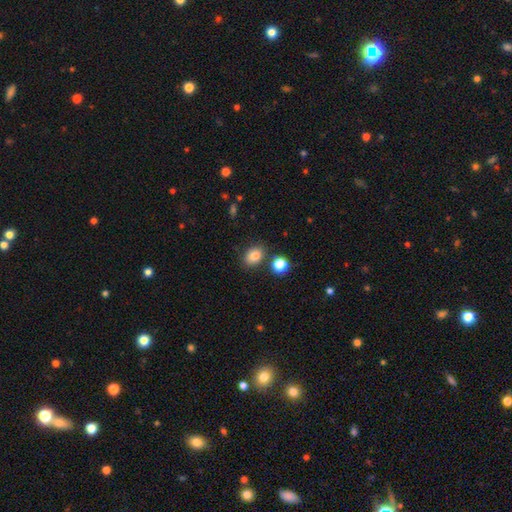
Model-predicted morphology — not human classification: Smooth or featured: smooth — 83% (star or artifact — 11%)
How rounded: in between — 67% (round — 32%)
Merging: none — 76% (minor disturbance — 11%)